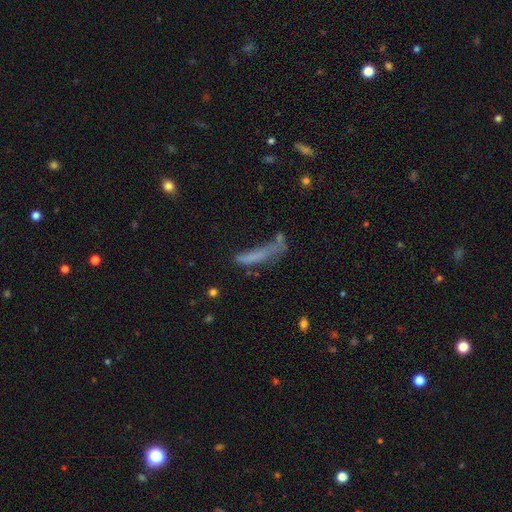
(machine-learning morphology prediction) A smooth galaxy with no disk features (64%) that is cigar-shaped (85%). Merging: none (43%).